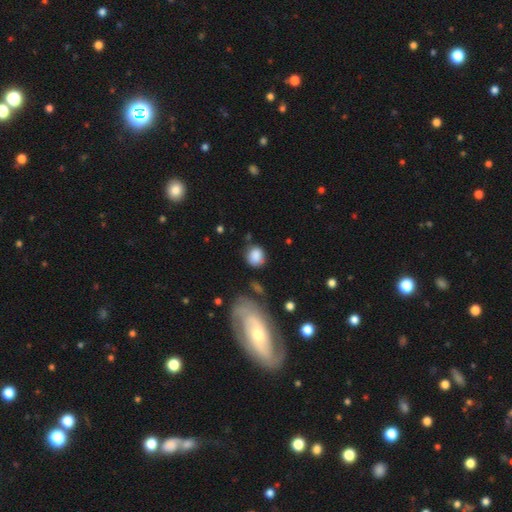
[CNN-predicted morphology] Smooth or featured? smooth (83%)
How rounded? round (74%)
Merging? none (66%)